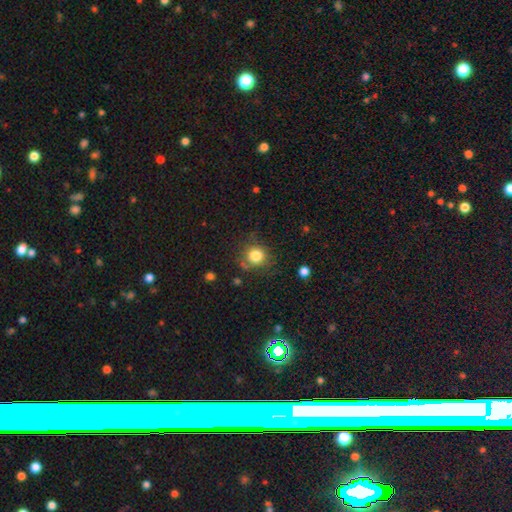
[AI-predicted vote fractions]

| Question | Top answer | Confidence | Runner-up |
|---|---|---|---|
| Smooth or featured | smooth | 81% | star or artifact (12%) |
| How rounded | round | 90% | in between (9%) |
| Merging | none | 75% | minor disturbance (15%) |